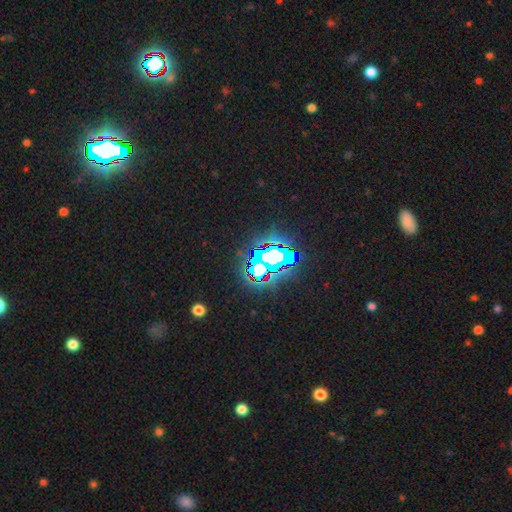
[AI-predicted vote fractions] smooth_or_featured: star or artifact (p=0.82) [alt: smooth p=0.11]